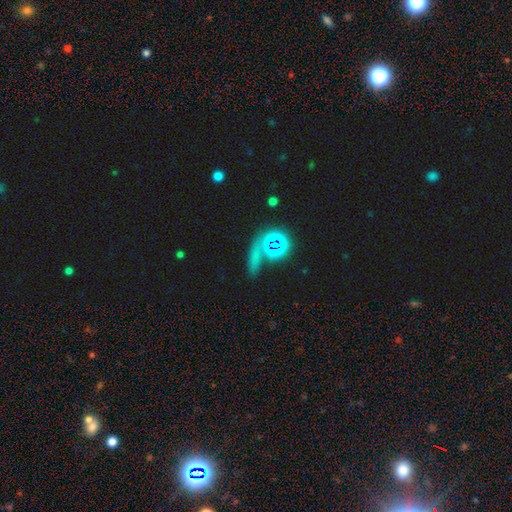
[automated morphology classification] Q: Smooth or featured?
A: star or artifact (44%); runner-up: smooth (43%)